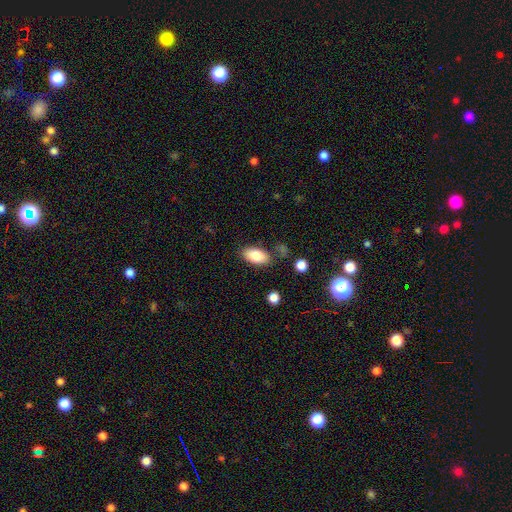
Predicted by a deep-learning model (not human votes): Smooth or featured? smooth (82%)
How rounded? in between (92%)
Merging? none (80%)